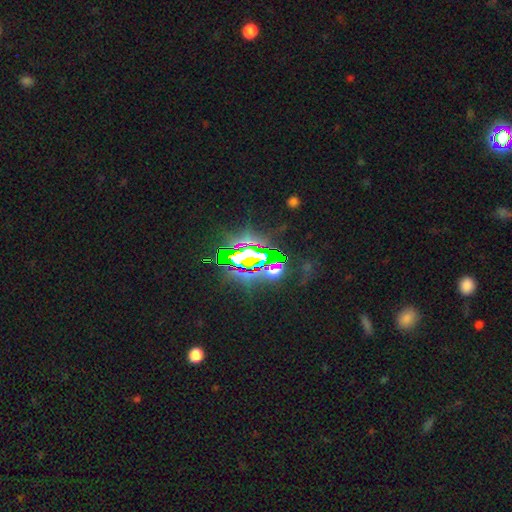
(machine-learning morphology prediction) This appears to be a star or artifact, not a galaxy (79%).